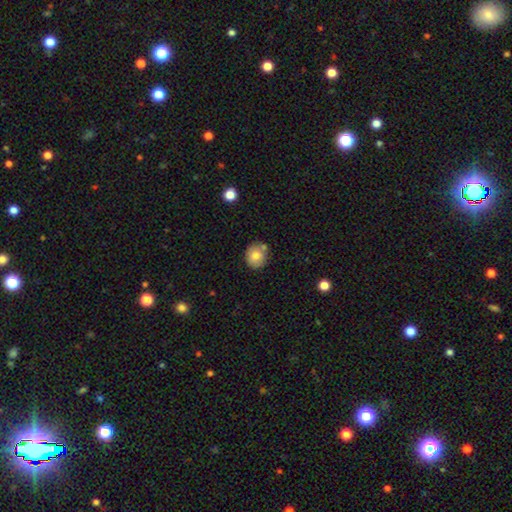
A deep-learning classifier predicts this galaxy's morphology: smooth_or_featured: smooth (p=0.78) [alt: featured or disk p=0.13]
how_rounded: round (p=0.76) [alt: in between p=0.23]
merging: none (p=0.72) [alt: minor disturbance p=0.13]